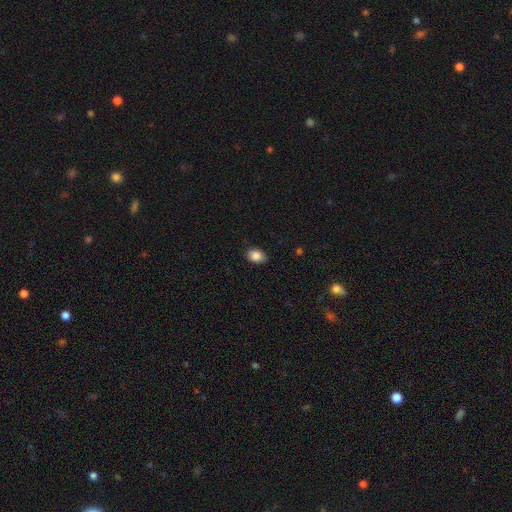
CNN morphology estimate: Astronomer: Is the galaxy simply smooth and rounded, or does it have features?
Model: smooth — 87%.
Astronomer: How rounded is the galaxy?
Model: in between — 80%.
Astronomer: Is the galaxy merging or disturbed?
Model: none — 86%.